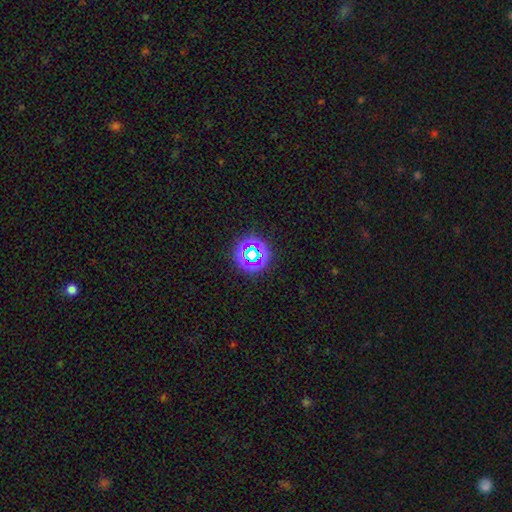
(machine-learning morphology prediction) A star or artifact, not a galaxy (58%).

Vote fractions:
- Smooth or featured? star or artifact: 58% / smooth: 29% / featured or disk: 12%